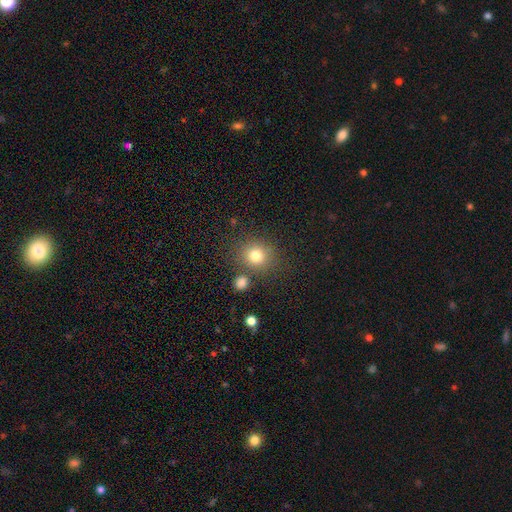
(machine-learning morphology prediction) type=smooth (78%); roundness=round (84%); merging=none (78%).